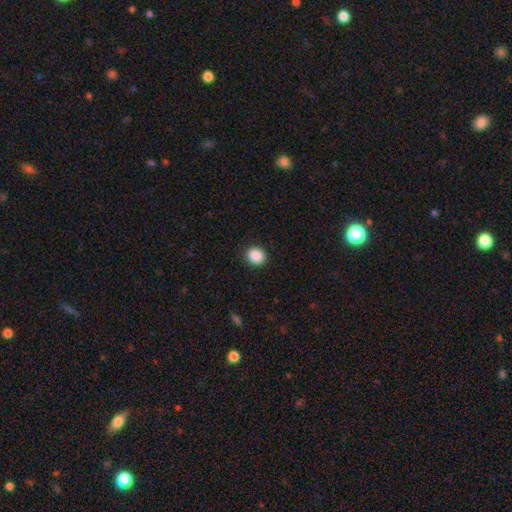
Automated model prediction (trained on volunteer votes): Morphology: type=smooth (89%); roundness=round (82%); merging=none (91%).